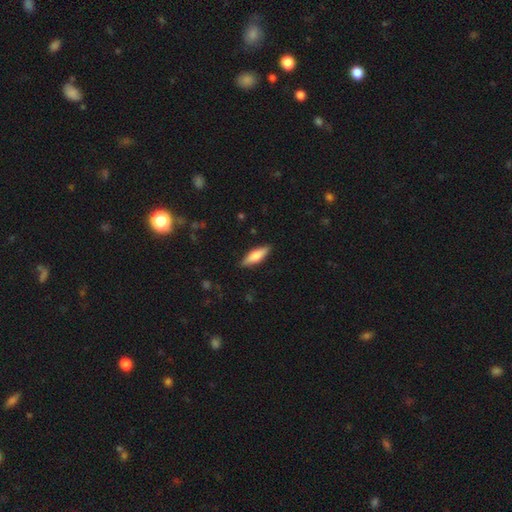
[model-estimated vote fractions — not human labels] Q: Smooth or featured?
A: smooth (67%); runner-up: featured or disk (28%)
Q: How rounded?
A: cigar-shaped (51%); runner-up: in between (47%)
Q: Merging?
A: none (88%); runner-up: minor disturbance (9%)